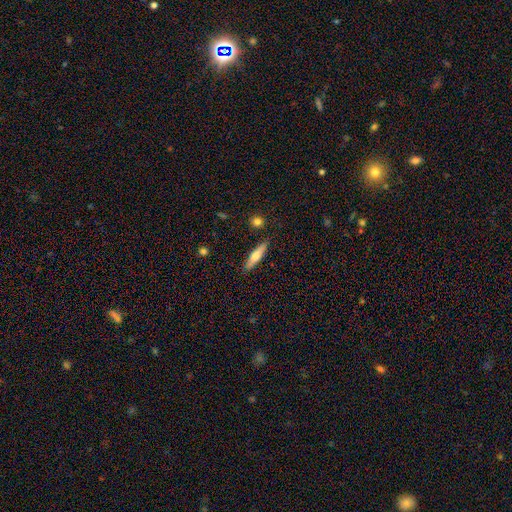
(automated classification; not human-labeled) This appears to be a smooth galaxy with no disk features (59%) that is cigar-shaped (76%). Merging: none (87%).